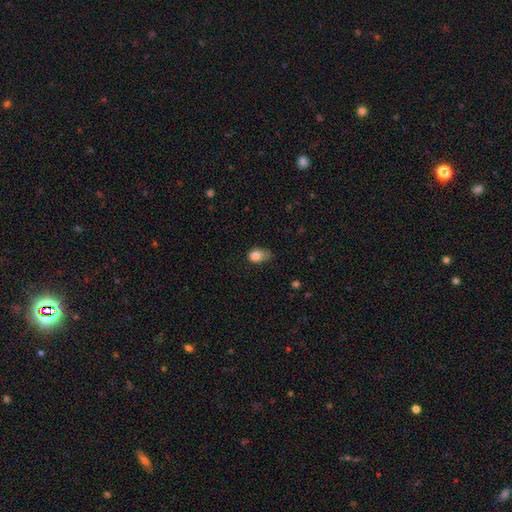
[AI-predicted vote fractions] A smooth galaxy with no disk features (82%) that is in between round and cigar-shaped (72%).

Vote fractions:
- Smooth or featured? smooth: 82% / star or artifact: 9% / featured or disk: 8%
- How rounded? in between: 72% / round: 26% / cigar-shaped: 2%
- Merging? minor disturbance: 46% / none: 30% / major disturbance: 21% / merger: 3%